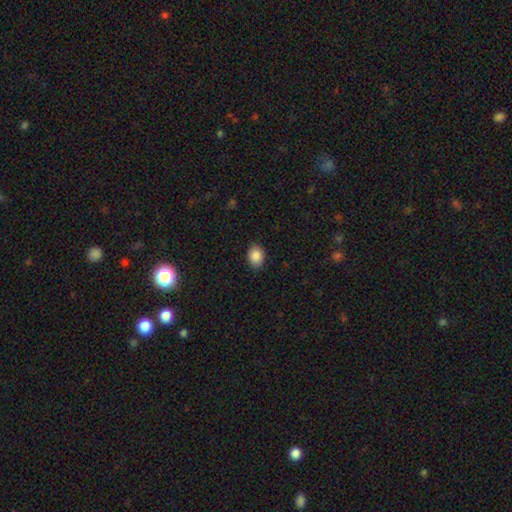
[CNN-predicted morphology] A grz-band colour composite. It shows a smooth galaxy with no disk features (88%) that is in between round and cigar-shaped (65%). Merging: none (87%).